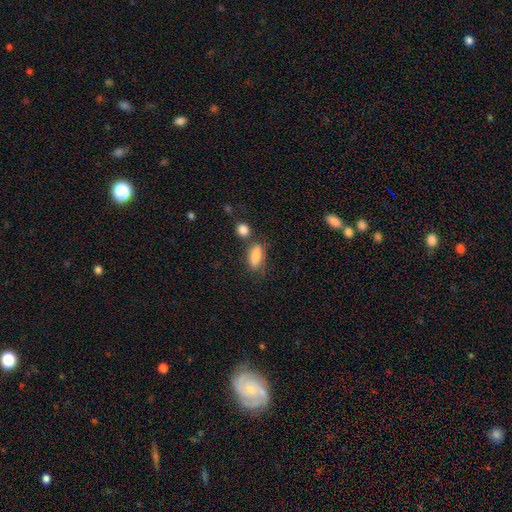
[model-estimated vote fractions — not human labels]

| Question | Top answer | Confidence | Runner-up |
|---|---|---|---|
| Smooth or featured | smooth | 83% | featured or disk (9%) |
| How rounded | in between | 78% | cigar-shaped (18%) |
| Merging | none | 61% | minor disturbance (18%) |